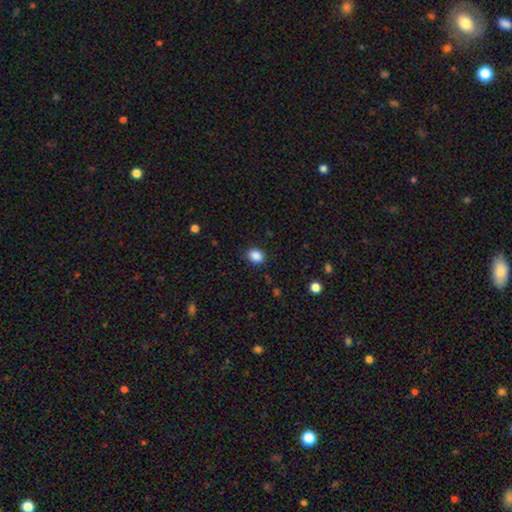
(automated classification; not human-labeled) Morphology: type=smooth (88%); roundness=in between (58%); merging=none (86%).